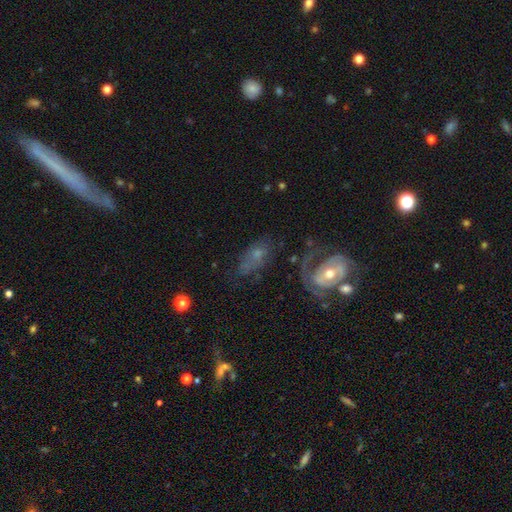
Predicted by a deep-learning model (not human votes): Morphology: type=featured or disk (55%); edge-on=no (91%); bar=no (68%); spiral arms=yes (67%); bulge=moderate (49%); merging=none (40%).